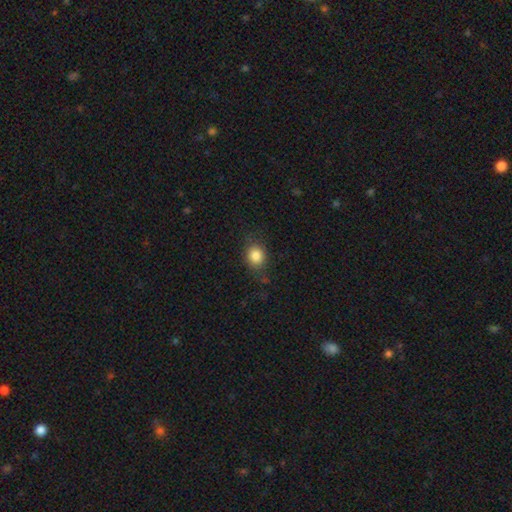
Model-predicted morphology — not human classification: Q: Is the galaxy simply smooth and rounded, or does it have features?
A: smooth — 84%.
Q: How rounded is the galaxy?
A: round — 64%.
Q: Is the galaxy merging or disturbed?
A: none — 77%.